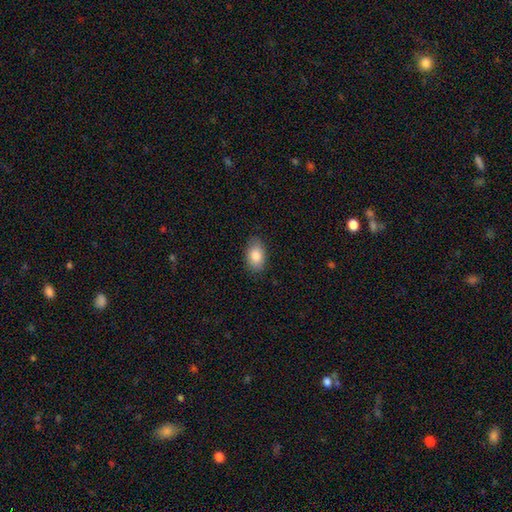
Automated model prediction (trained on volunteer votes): smooth_or_featured: smooth (p=0.85) [alt: featured or disk p=0.08]
how_rounded: in between (p=0.92) [alt: round p=0.07]
merging: none (p=0.84) [alt: minor disturbance p=0.13]